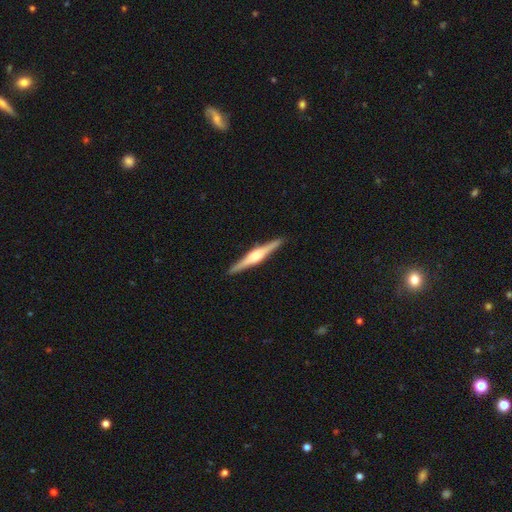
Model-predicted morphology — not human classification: smooth_or_featured: featured or disk (p=0.77) [alt: smooth p=0.18]
disk_edge_on: yes (p=0.98) [alt: no p=0.02]
edge_on_bulge: rounded (p=0.76) [alt: boxy p=0.19]
merging: none (p=0.92) [alt: minor disturbance p=0.06]